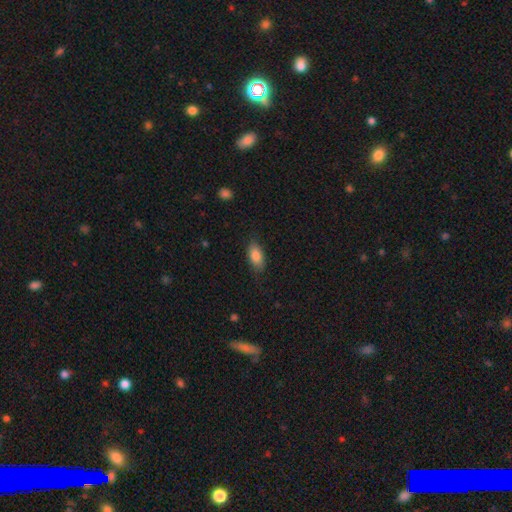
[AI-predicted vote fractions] A smooth galaxy with no disk features (85%) that is in between round and cigar-shaped (90%).

Vote fractions:
- Smooth or featured? smooth: 85% / featured or disk: 8% / star or artifact: 7%
- How rounded? in between: 90% / cigar-shaped: 5% / round: 4%
- Merging? none: 80% / minor disturbance: 16% / major disturbance: 4% / merger: 1%